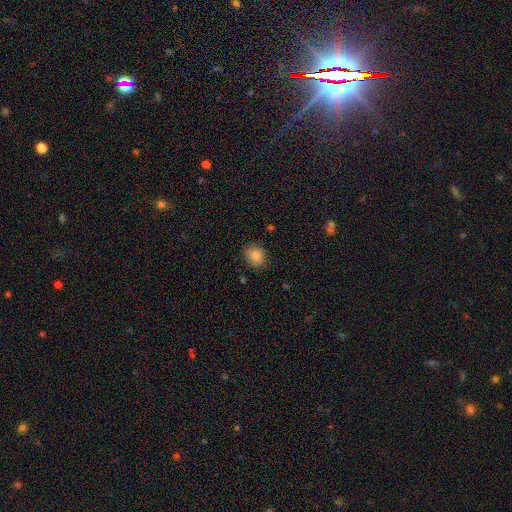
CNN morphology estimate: Smooth or featured?
  - smooth: 85% *
  - star or artifact: 10%
  - featured or disk: 5%
How rounded?
  - round: 69% *
  - in between: 30%
  - cigar-shaped: 1%
Merging?
  - none: 84% *
  - minor disturbance: 12%
  - major disturbance: 3%
  - merger: 1%